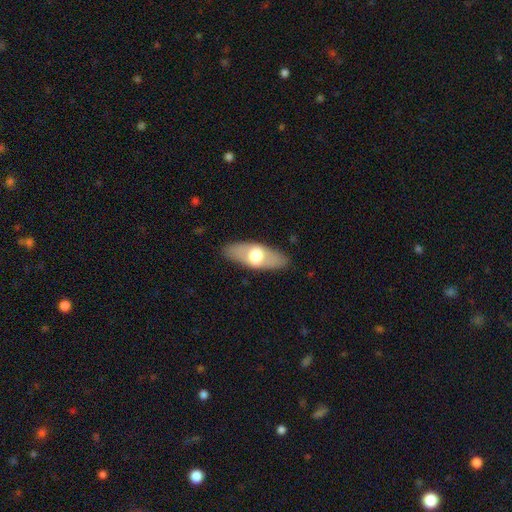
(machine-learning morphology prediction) This is possibly a smooth galaxy (53%). How rounded: likely in between (72%). Merging: clearly none (85%).